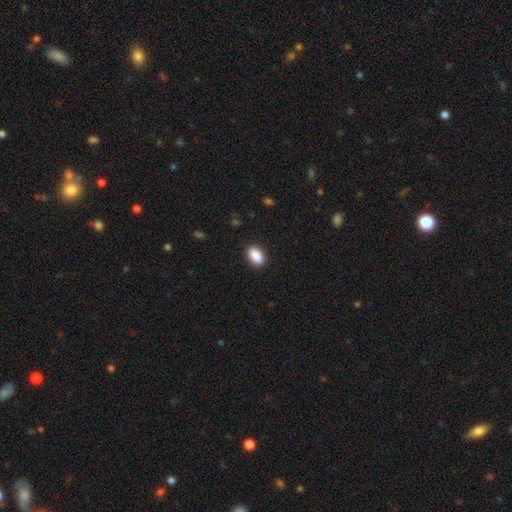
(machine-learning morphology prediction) smooth_or_featured: smooth (p=0.90) [alt: star or artifact p=0.07]
how_rounded: in between (p=0.90) [alt: round p=0.07]
merging: none (p=0.88) [alt: minor disturbance p=0.09]